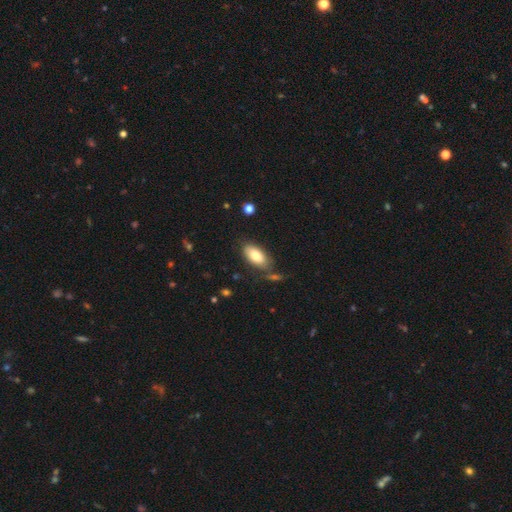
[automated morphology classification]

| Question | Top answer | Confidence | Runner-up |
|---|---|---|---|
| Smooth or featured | smooth | 80% | featured or disk (13%) |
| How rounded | in between | 92% | cigar-shaped (6%) |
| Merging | none | 72% | minor disturbance (16%) |